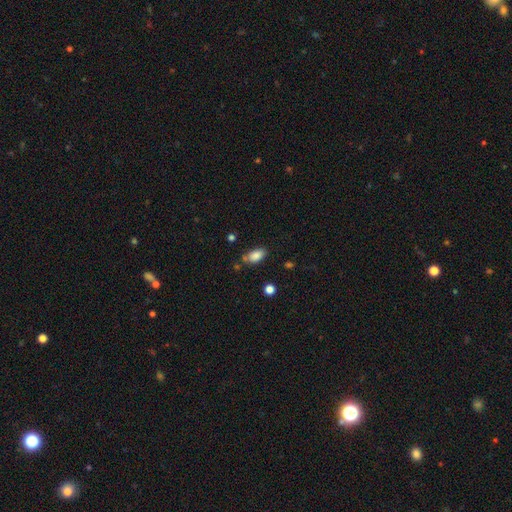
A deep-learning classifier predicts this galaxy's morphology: smooth_or_featured: smooth (p=0.85) [alt: star or artifact p=0.08]
how_rounded: in between (p=0.91) [alt: round p=0.05]
merging: none (p=0.69) [alt: minor disturbance p=0.18]